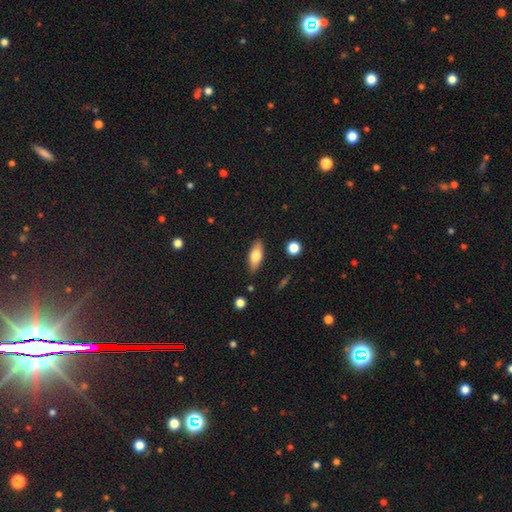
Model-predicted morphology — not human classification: Smooth or featured? Predicted: smooth (p=0.65). How rounded? Predicted: in between (p=0.73). Merging? Predicted: none (p=0.86).